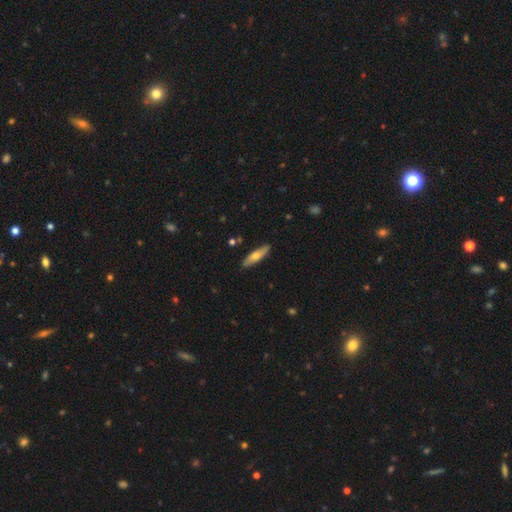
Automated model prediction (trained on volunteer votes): smooth 59%, featured or disk 35%, star or artifact 6%. Down the decision tree: how rounded — cigar-shaped (70%); merging — none (87%).